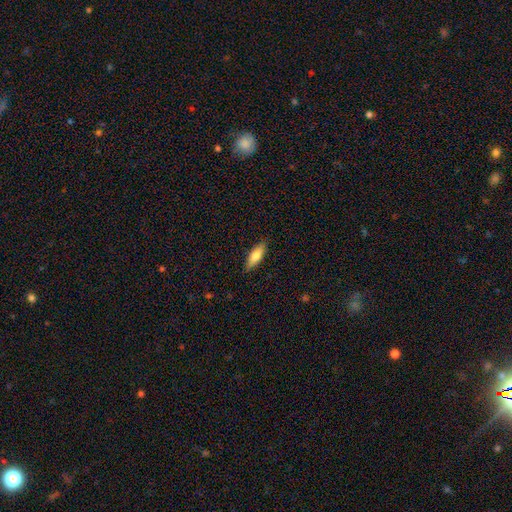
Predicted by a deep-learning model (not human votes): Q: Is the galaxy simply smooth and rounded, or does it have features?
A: smooth — 76%.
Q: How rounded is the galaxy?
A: in between — 58%.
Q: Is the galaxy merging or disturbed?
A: none — 87%.